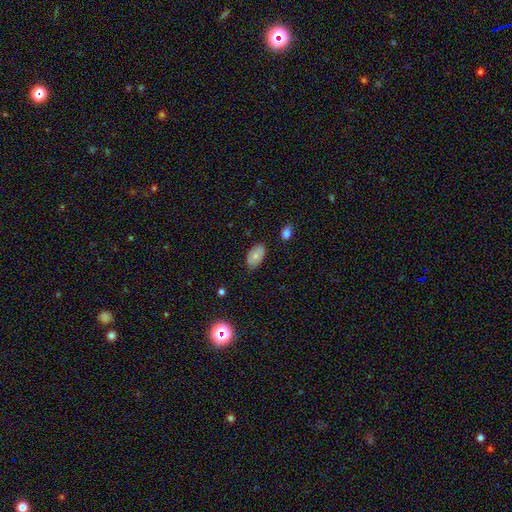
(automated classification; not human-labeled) smooth_or_featured: smooth (p=0.73) [alt: featured or disk p=0.19]
how_rounded: in between (p=0.92) [alt: round p=0.06]
merging: none (p=0.76) [alt: minor disturbance p=0.19]